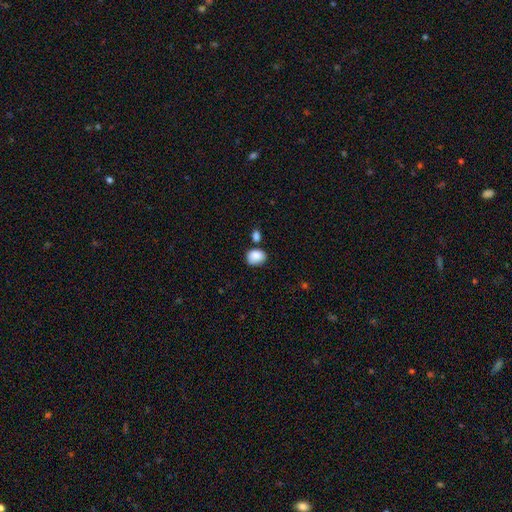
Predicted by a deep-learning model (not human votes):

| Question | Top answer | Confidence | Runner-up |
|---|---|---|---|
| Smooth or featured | smooth | 86% | star or artifact (8%) |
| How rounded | in between | 52% | round (47%) |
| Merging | none | 62% | minor disturbance (19%) |